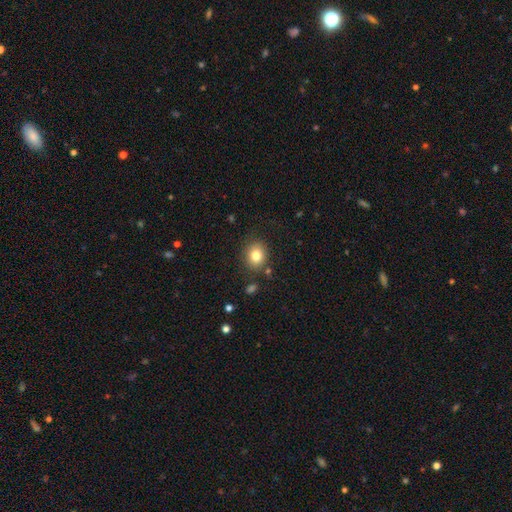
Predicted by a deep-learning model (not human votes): Smooth or featured?
  - smooth: 80% *
  - star or artifact: 11%
  - featured or disk: 9%
How rounded?
  - round: 65% *
  - in between: 34%
  - cigar-shaped: 1%
Merging?
  - none: 83% *
  - minor disturbance: 10%
  - merger: 4%
  - major disturbance: 3%